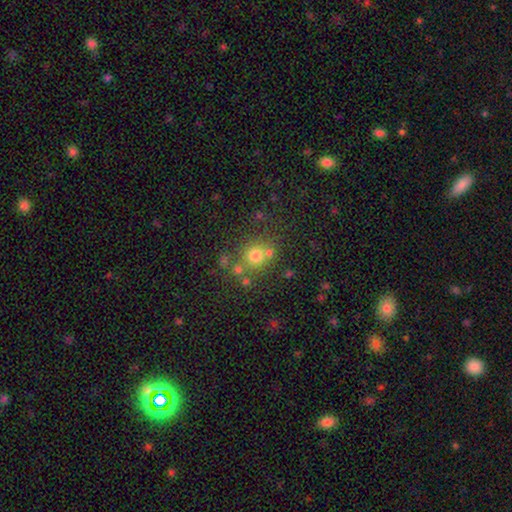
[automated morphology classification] Overall: smooth (70%). How rounded: round (88%). Merging: none (66%).